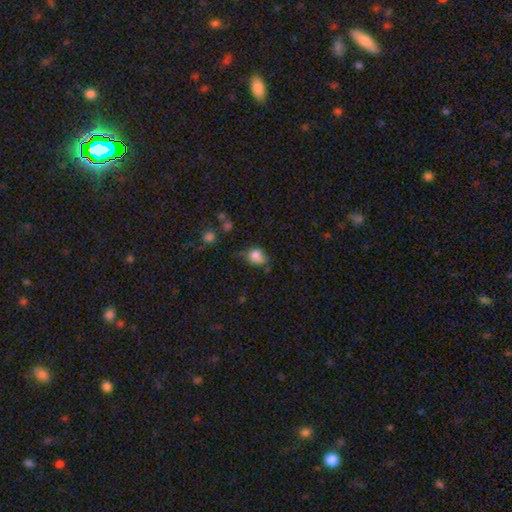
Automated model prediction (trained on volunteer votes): Overall: smooth (80%). How rounded: in between (53%; round 46%). Merging: none (42%; minor disturbance 39%).